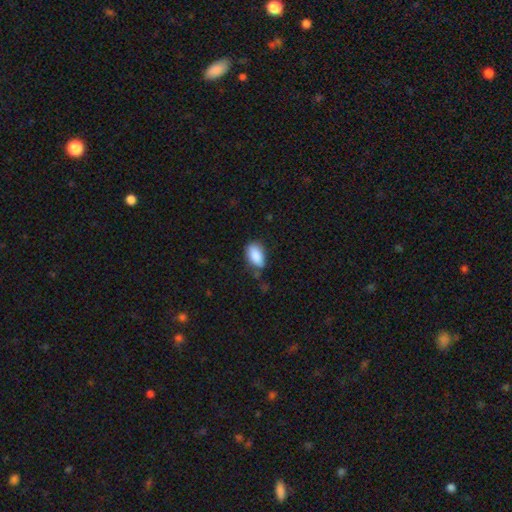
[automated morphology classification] Overall: smooth (87%). How rounded: in between (91%). Merging: none (66%; minor disturbance 26%).